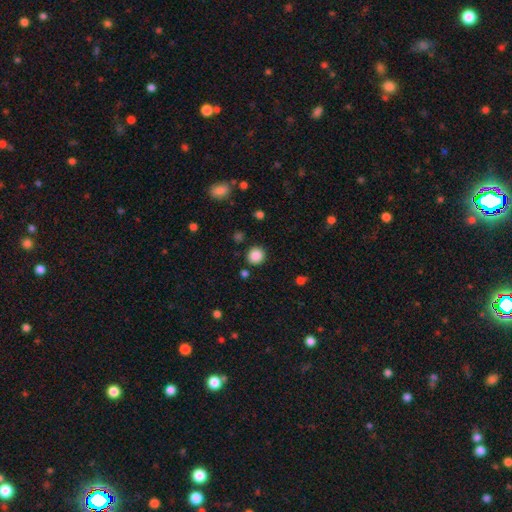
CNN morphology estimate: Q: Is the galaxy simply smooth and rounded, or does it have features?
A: smooth — 87%.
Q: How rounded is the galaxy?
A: round — 91%.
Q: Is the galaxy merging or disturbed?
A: none — 88%.